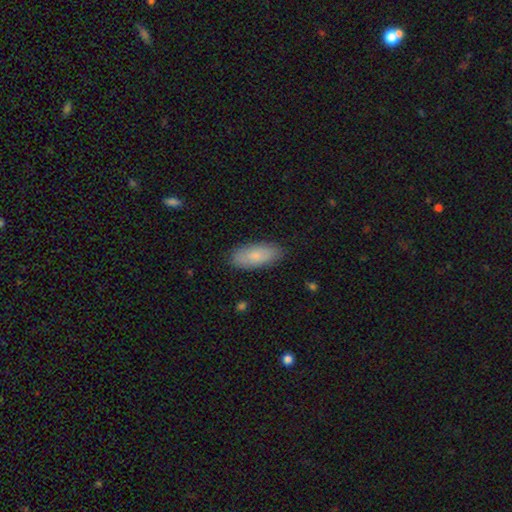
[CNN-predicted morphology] smooth-or-featured: smooth: 82% | featured or disk: 13% | star or artifact: 6%
  how-rounded: in between: 84% | cigar-shaped: 14% | round: 2%
  merging: none: 86% | minor disturbance: 11% | major disturbance: 2% | merger: 1%